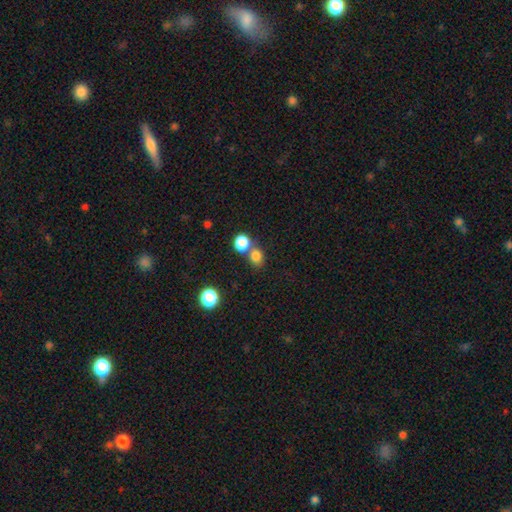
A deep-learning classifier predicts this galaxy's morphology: Q: Smooth or featured?
A: smooth (81%); runner-up: star or artifact (13%)
Q: How rounded?
A: round (68%); runner-up: in between (31%)
Q: Merging?
A: none (51%); runner-up: merger (38%)